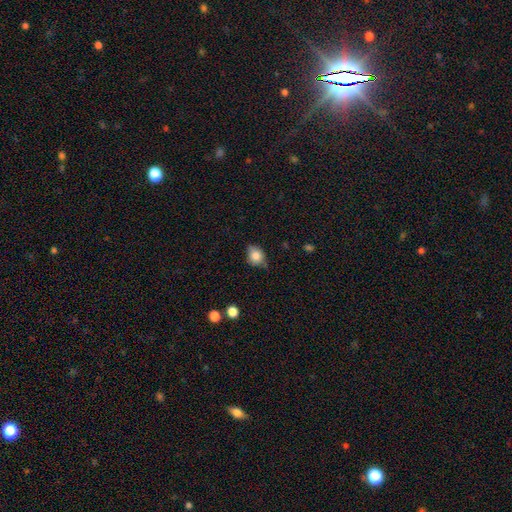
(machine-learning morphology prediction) This appears to be a smooth galaxy with no disk features (81%) that is round (58%). Merging: none (66%).